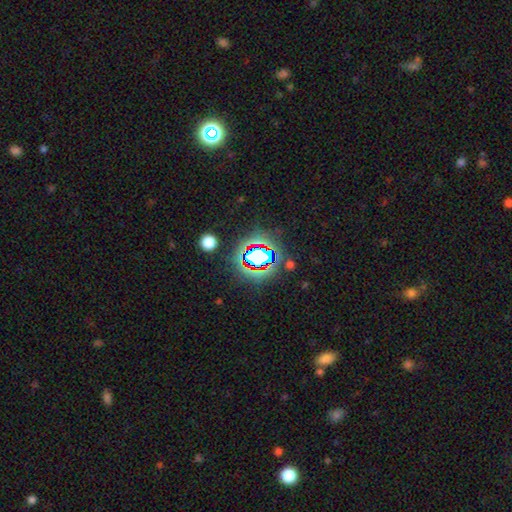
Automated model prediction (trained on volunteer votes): smooth_or_featured: star or artifact (p=0.77) [alt: smooth p=0.13]